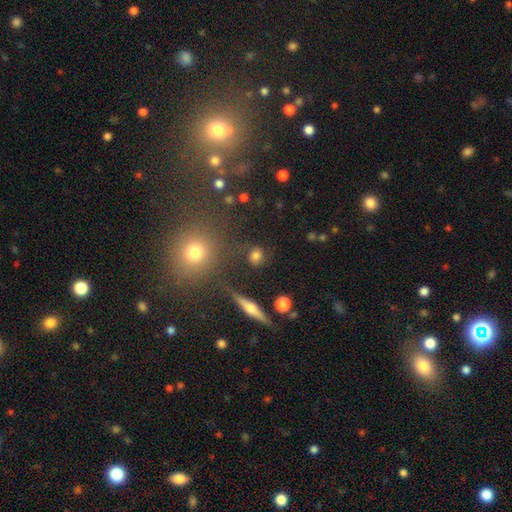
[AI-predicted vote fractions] Smooth or featured?
  - smooth: 71% *
  - featured or disk: 16%
  - star or artifact: 13%
How rounded?
  - round: 72% *
  - in between: 25%
  - cigar-shaped: 4%
Merging?
  - none: 77% *
  - minor disturbance: 13%
  - major disturbance: 5%
  - merger: 5%